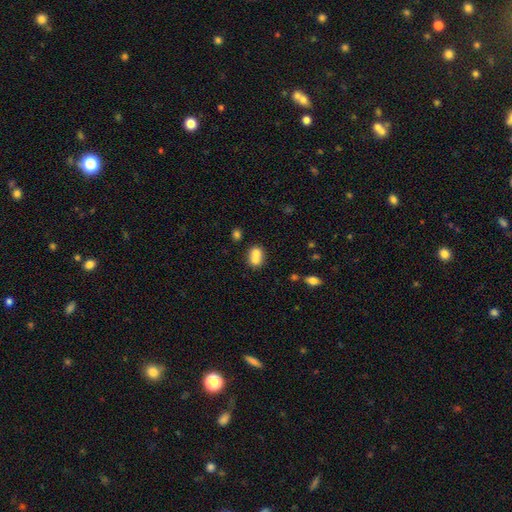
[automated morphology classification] type=smooth (70%); roundness=round (60%); merging=merger (66%).